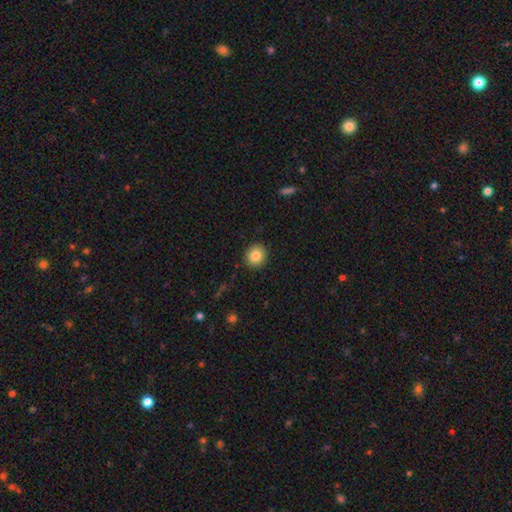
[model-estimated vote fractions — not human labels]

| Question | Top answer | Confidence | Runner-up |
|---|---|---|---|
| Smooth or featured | smooth | 85% | star or artifact (9%) |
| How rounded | round | 81% | in between (18%) |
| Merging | none | 91% | minor disturbance (6%) |